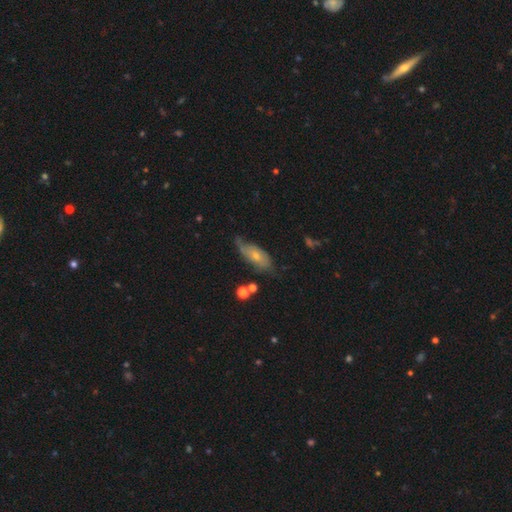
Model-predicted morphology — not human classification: A smooth galaxy with no disk features (48%). Merging: none (42%).